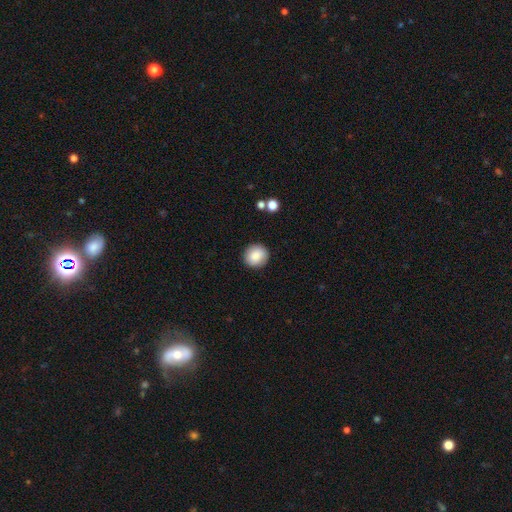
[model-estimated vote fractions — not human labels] This appears to be a smooth galaxy with no disk features (86%) that is round (89%). Merging: none (90%).